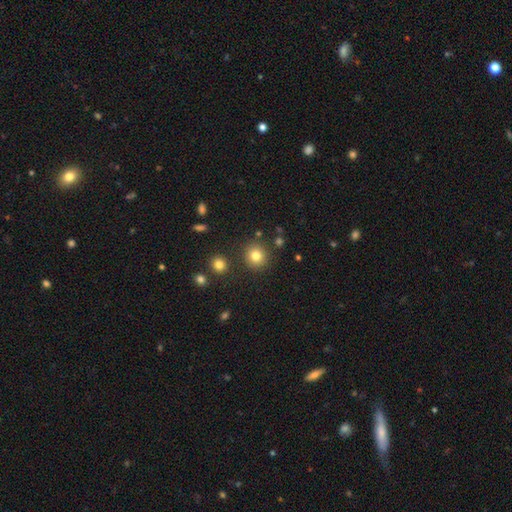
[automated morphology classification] A smooth galaxy with no disk features (81%) that is round (91%).

Vote fractions:
- Smooth or featured? smooth: 81% / star or artifact: 12% / featured or disk: 7%
- How rounded? round: 91% / in between: 8% / cigar-shaped: 1%
- Merging? none: 87% / minor disturbance: 7% / merger: 4% / major disturbance: 2%